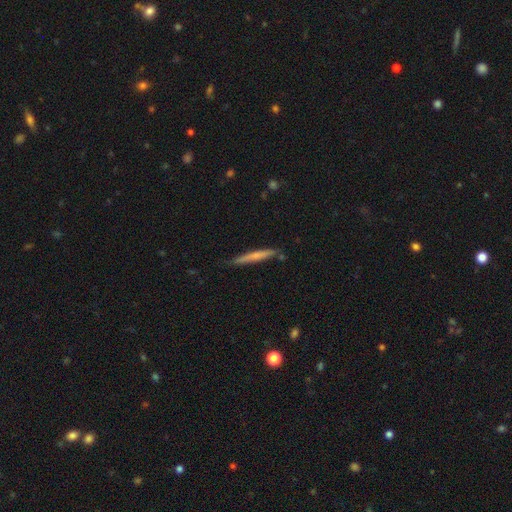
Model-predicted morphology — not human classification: This appears to be a smooth galaxy with no disk features (56%) that is cigar-shaped (95%). Merging: none (81%).